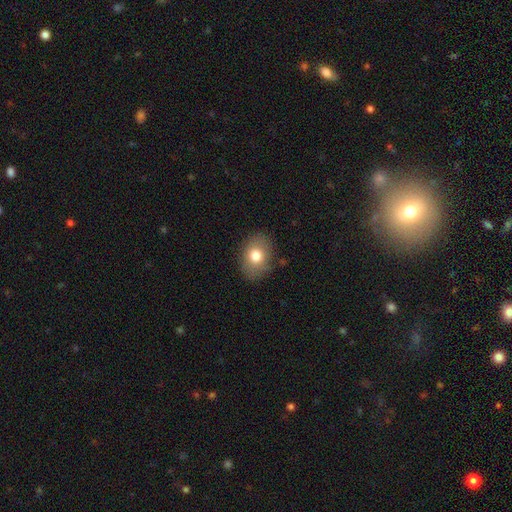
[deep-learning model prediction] smooth_or_featured: smooth (p=0.78) [alt: featured or disk p=0.13]
how_rounded: in between (p=0.66) [alt: round p=0.33]
merging: none (p=0.83) [alt: minor disturbance p=0.12]